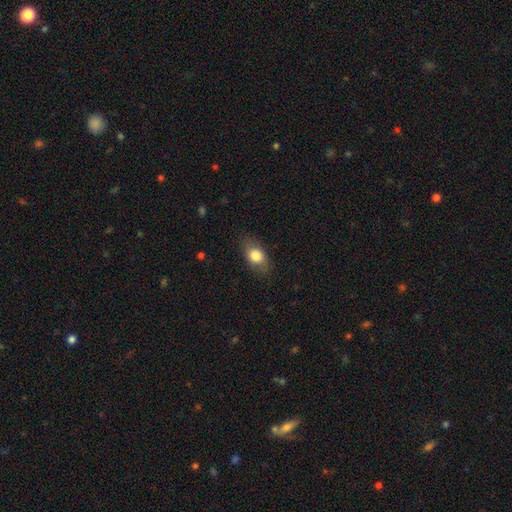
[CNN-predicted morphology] A smooth galaxy with no disk features (78%) that is in between round and cigar-shaped (78%).

Vote fractions:
- Smooth or featured? smooth: 78% / featured or disk: 14% / star or artifact: 8%
- How rounded? in between: 78% / round: 19% / cigar-shaped: 4%
- Merging? none: 81% / minor disturbance: 14% / major disturbance: 4% / merger: 1%